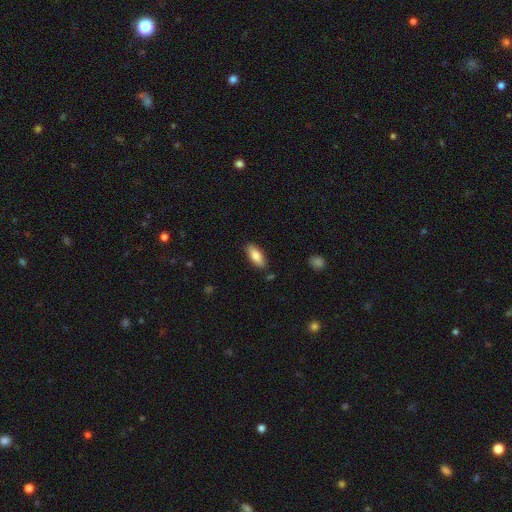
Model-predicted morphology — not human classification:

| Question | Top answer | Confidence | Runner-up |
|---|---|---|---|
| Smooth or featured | smooth | 82% | featured or disk (12%) |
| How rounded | in between | 80% | cigar-shaped (18%) |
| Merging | none | 85% | minor disturbance (11%) |